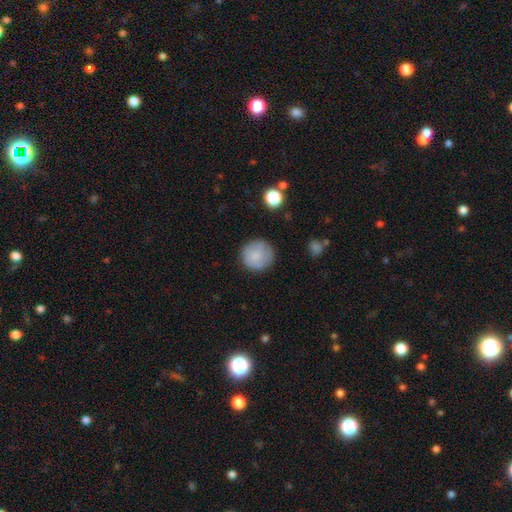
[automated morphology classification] Overall: smooth (82%). How rounded: round (95%). Merging: none (84%).